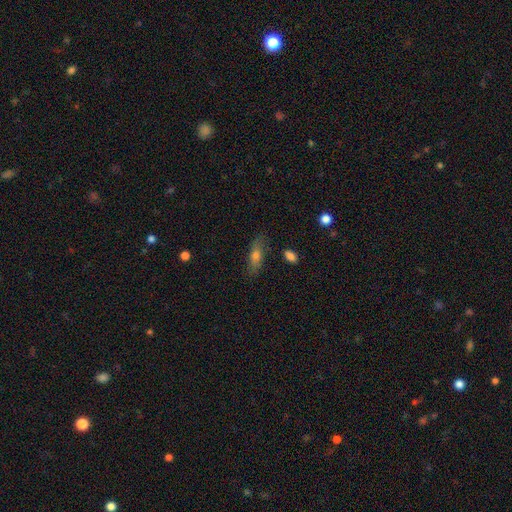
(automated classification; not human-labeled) Q: Smooth or featured?
A: smooth (60%); runner-up: featured or disk (31%)
Q: How rounded?
A: in between (53%); runner-up: cigar-shaped (43%)
Q: Merging?
A: none (79%); runner-up: minor disturbance (14%)